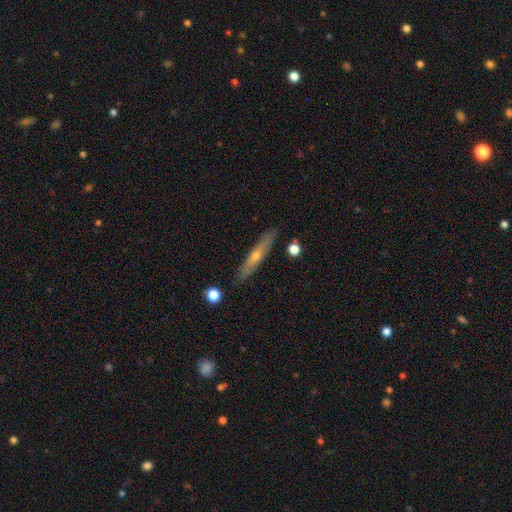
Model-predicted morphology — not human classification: Smooth or featured? Predicted: featured or disk (p=0.55). Edge-on disk? Predicted: yes (p=0.86). Merging? Predicted: none (p=0.87).